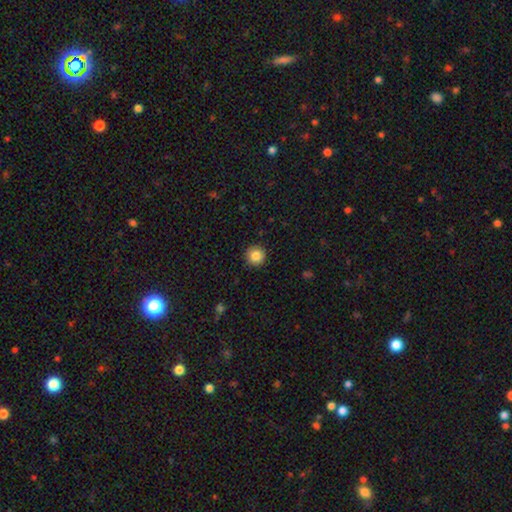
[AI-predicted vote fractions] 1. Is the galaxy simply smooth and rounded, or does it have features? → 85% smooth, 10% star or artifact, 5% featured or disk.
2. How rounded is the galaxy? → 96% round, 3% in between, 1% cigar-shaped.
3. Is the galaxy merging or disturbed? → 92% none, 5% minor disturbance, 2% major disturbance, 1% merger.